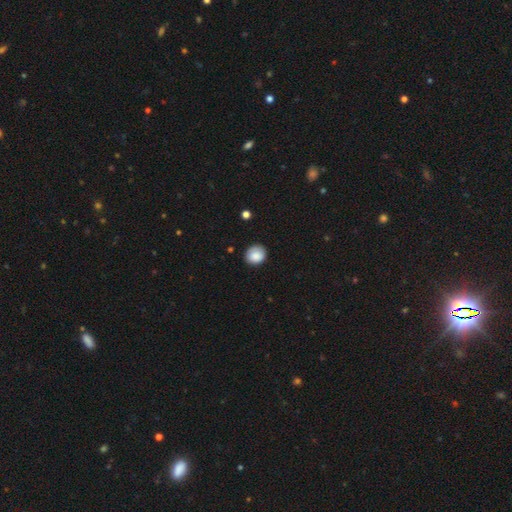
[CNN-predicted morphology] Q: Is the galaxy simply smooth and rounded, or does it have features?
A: smooth — 86%.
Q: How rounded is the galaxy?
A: round — 77%.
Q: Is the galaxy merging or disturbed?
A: none — 82%.